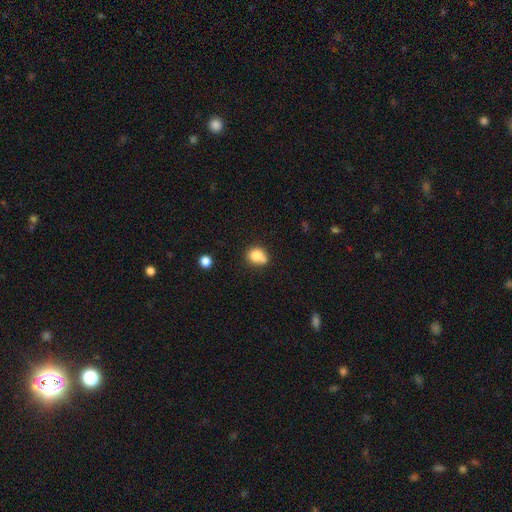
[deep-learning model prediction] Q: Smooth or featured?
A: smooth (80%); runner-up: star or artifact (10%)
Q: How rounded?
A: round (61%); runner-up: in between (38%)
Q: Merging?
A: none (49%); runner-up: minor disturbance (24%)